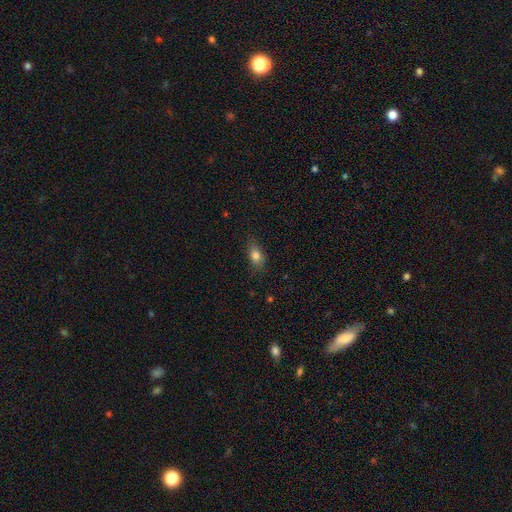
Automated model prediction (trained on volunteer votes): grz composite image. It shows a smooth galaxy with no disk features (79%) that is in between round and cigar-shaped (78%). Merging: none (80%).